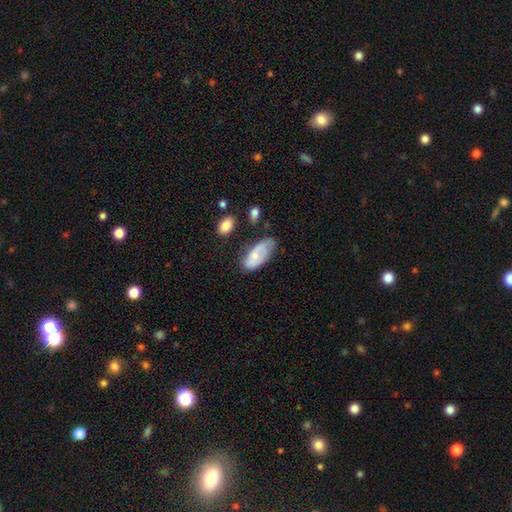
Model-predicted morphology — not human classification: A smooth galaxy with no disk features (61%) that is in between round and cigar-shaped (91%). Merging: none (45%).